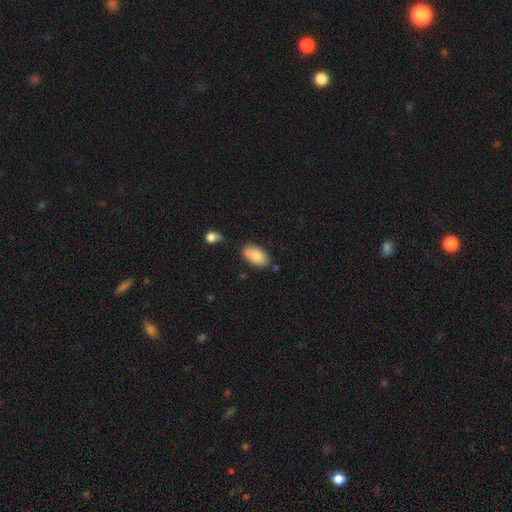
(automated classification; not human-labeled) smooth-or-featured: smooth: 86% | featured or disk: 8% | star or artifact: 7%
  how-rounded: in between: 94% | round: 4% | cigar-shaped: 2%
  merging: none: 73% | minor disturbance: 17% | merger: 6% | major disturbance: 4%